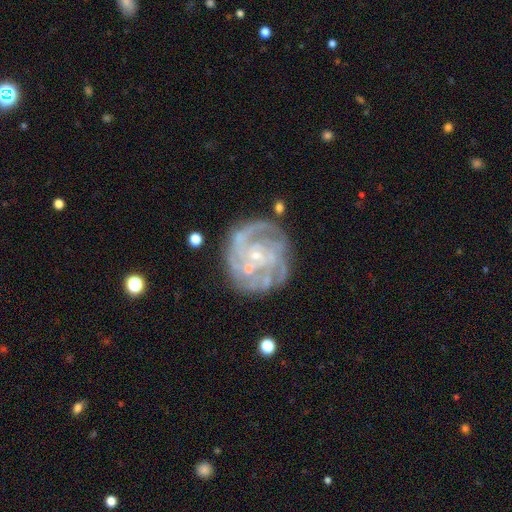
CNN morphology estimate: type=featured or disk (84%); edge-on=no (98%); bar=no (71%); spiral arms=yes (91%); winding=tight (62%); arm count=can't tell (30%); bulge=small (80%); merging=none (68%).